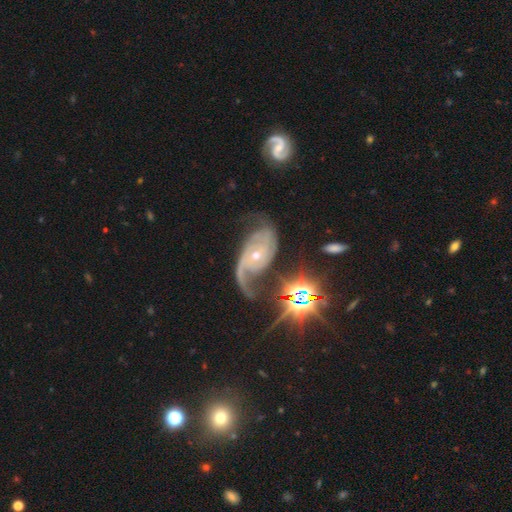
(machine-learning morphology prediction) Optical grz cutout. It shows a featured or disk galaxy (84%) with no bar (70%), 2 (64%) medium (42%) spiral arms (96%) and a small central bulge (60%). Merging: none (51%).